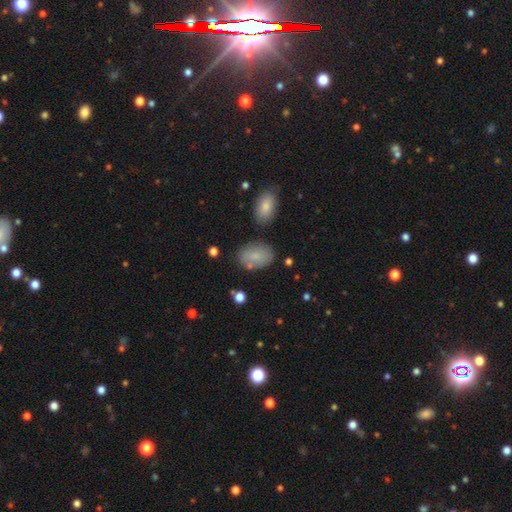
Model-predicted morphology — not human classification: smooth-or-featured: smooth: 79% | featured or disk: 12% | star or artifact: 9%
  how-rounded: in between: 88% | round: 11% | cigar-shaped: 1%
  merging: none: 74% | minor disturbance: 16% | merger: 6% | major disturbance: 4%